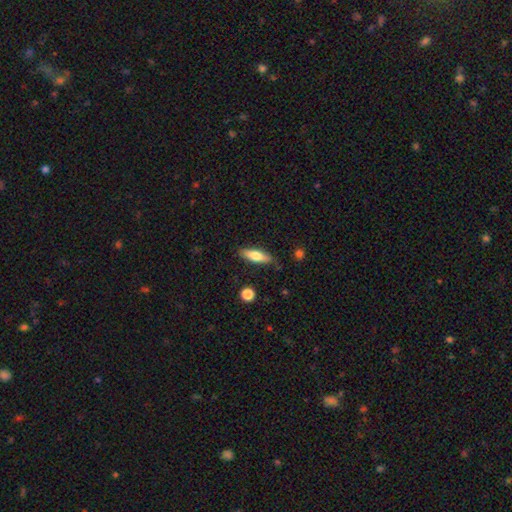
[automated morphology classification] Smooth or featured? smooth (68%)
How rounded? cigar-shaped (52%)
Merging? none (84%)